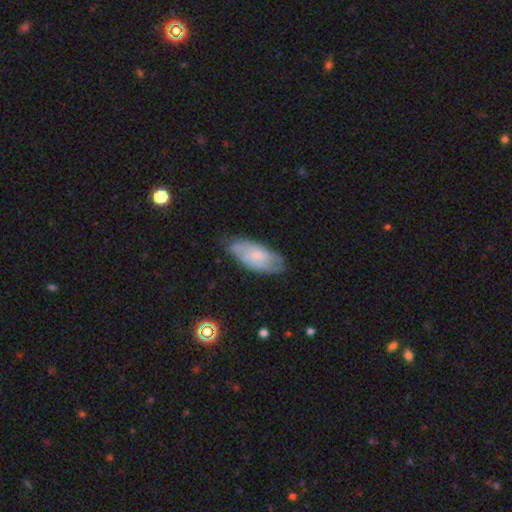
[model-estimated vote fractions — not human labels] Smooth or featured? Predicted: smooth (p=0.47). Merging? Predicted: none (p=0.69).